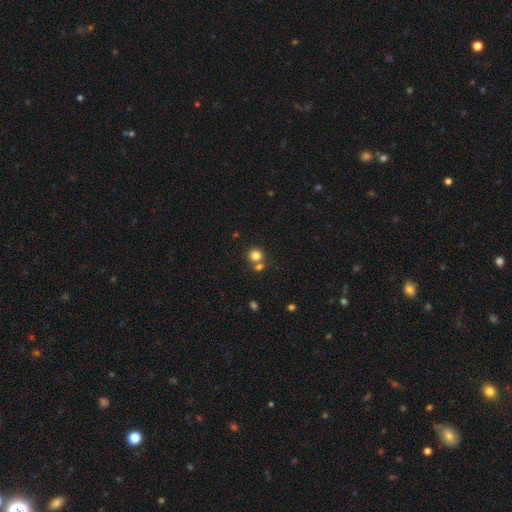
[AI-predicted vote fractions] This is clearly a smooth galaxy (80%). How rounded: clearly round (89%). Merging: likely none (62%).